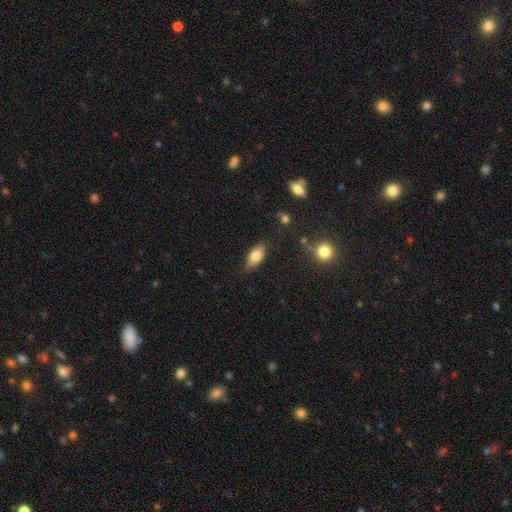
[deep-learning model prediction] The model was most divided on "merging": none: 76%, minor disturbance: 19%, major disturbance: 4%, merger: 2%. More confident: how rounded — in between (86%); smooth or featured — smooth (77%).